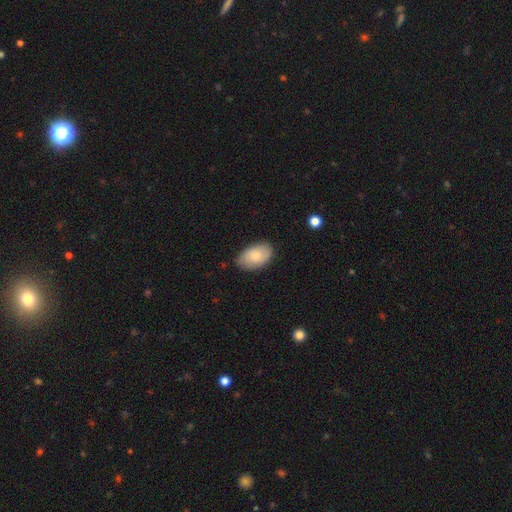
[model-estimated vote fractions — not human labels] Overall: smooth (76%). How rounded: in between (92%). Merging: none (82%).